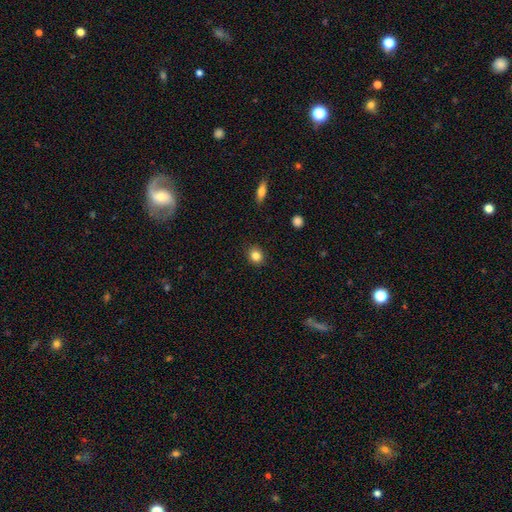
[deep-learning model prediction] Smooth or featured?
  - smooth: 84% *
  - star or artifact: 11%
  - featured or disk: 6%
How rounded?
  - round: 74% *
  - in between: 25%
  - cigar-shaped: 1%
Merging?
  - none: 90% *
  - minor disturbance: 7%
  - major disturbance: 2%
  - merger: 1%